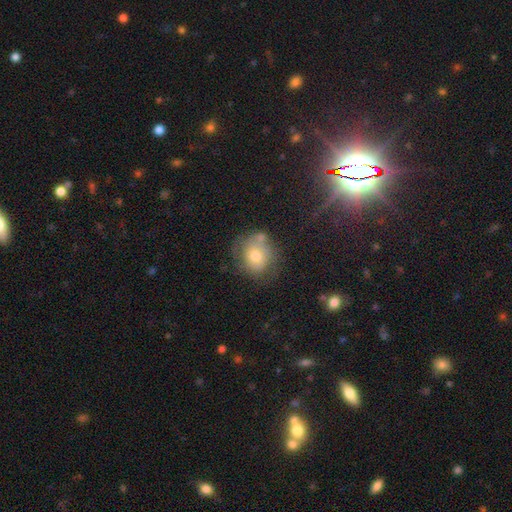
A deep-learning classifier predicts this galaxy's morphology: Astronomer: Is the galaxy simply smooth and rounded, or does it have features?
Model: smooth — 61%.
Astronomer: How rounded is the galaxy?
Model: round — 74%.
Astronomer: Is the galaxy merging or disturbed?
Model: none — 60%.